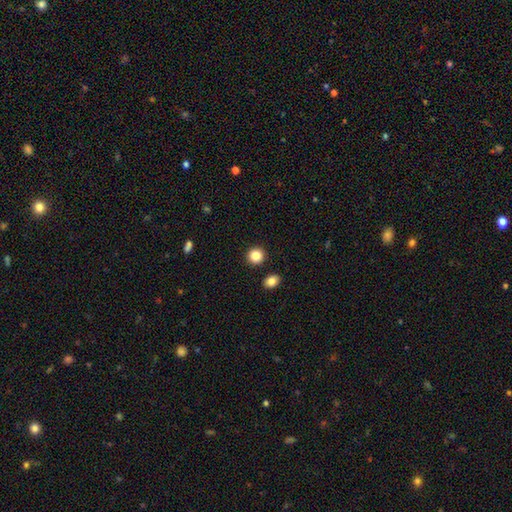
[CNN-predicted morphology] Smooth or featured: smooth — 87% (star or artifact — 10%)
How rounded: round — 91% (in between — 8%)
Merging: none — 90% (minor disturbance — 5%)